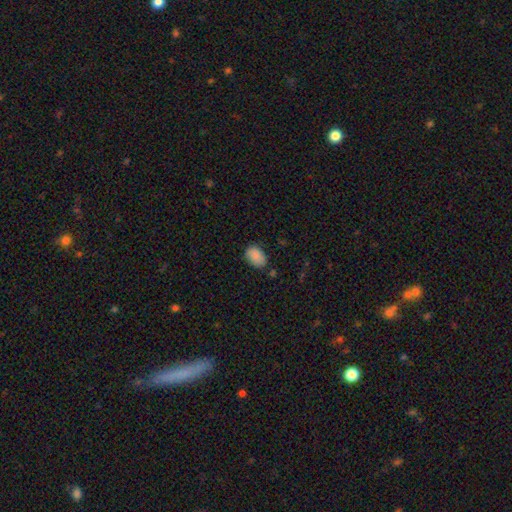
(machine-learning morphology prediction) This is clearly a smooth galaxy (89%). How rounded: clearly in between (86%). Merging: likely none (78%).